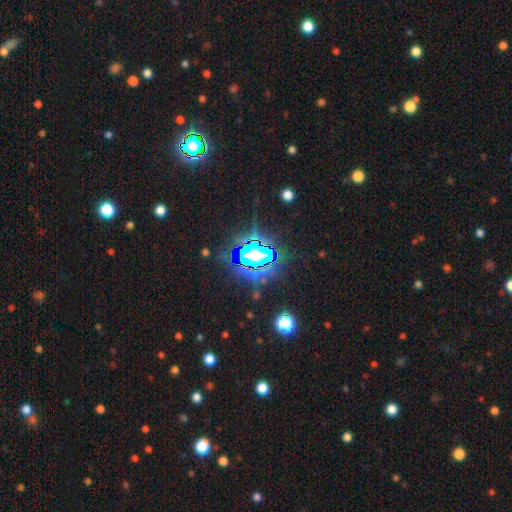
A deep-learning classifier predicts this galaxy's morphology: A star or artifact, not a galaxy (82%).

Vote fractions:
- Smooth or featured? star or artifact: 82% / smooth: 10% / featured or disk: 8%